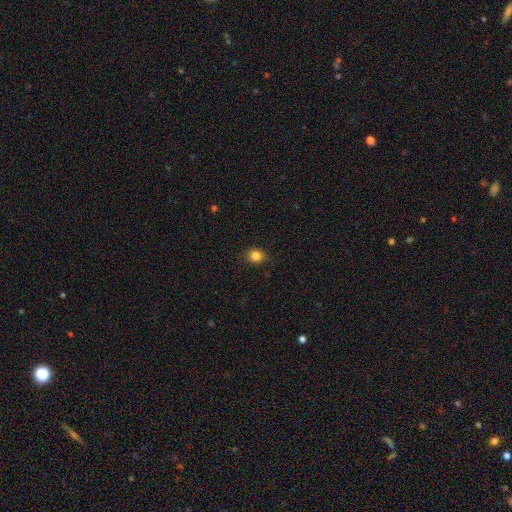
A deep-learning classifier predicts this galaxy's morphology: Smooth or featured?
  - smooth: 84% *
  - star or artifact: 12%
  - featured or disk: 4%
How rounded?
  - round: 75% *
  - in between: 24%
  - cigar-shaped: 1%
Merging?
  - none: 88% *
  - minor disturbance: 9%
  - major disturbance: 2%
  - merger: 1%